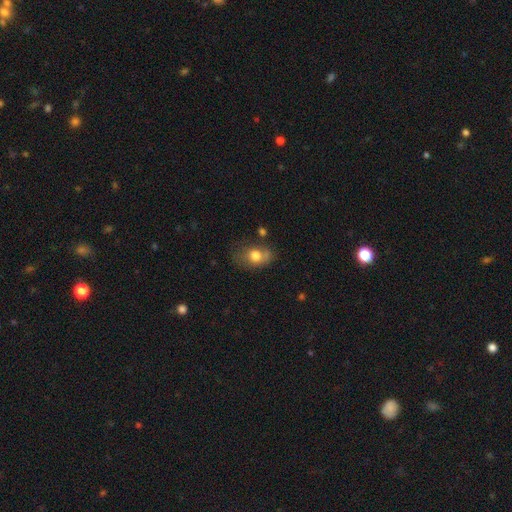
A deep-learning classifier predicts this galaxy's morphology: The model was most divided on "merging": none: 46%, minor disturbance: 30%, major disturbance: 17%, merger: 8%. More confident: smooth or featured — smooth (72%); how rounded — in between (67%).